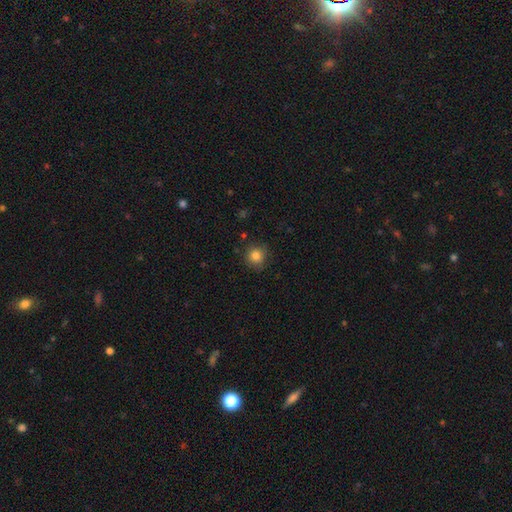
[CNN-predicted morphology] The model was most divided on "smooth or featured": smooth: 84%, star or artifact: 11%, featured or disk: 5%. More confident: how rounded — round (93%); merging — none (87%).